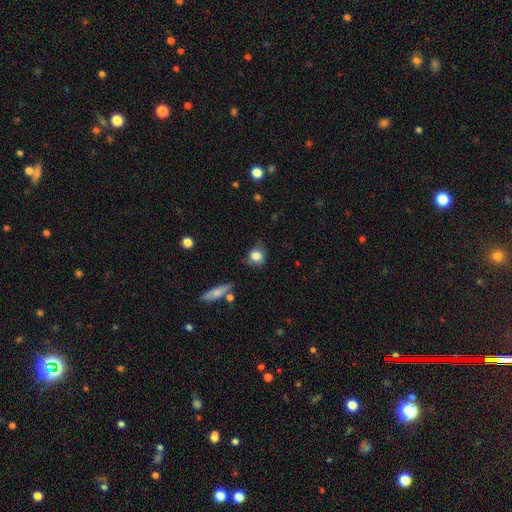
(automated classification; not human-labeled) Q: Smooth or featured?
A: smooth (80%); runner-up: featured or disk (11%)
Q: How rounded?
A: round (70%); runner-up: in between (28%)
Q: Merging?
A: none (59%); runner-up: minor disturbance (29%)